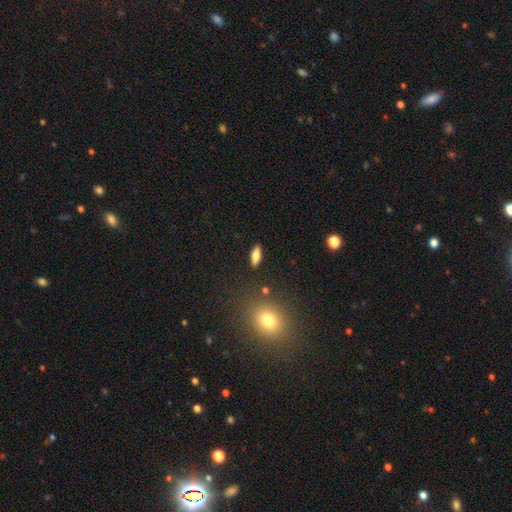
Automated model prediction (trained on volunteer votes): smooth 69%, featured or disk 22%, star or artifact 8%. Down the decision tree: how rounded — in between (66%); merging — none (87%).